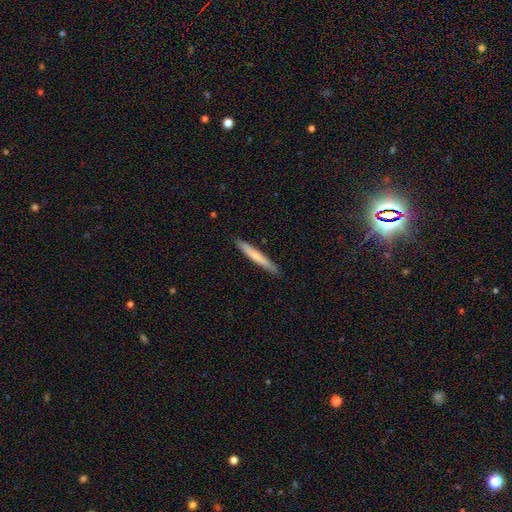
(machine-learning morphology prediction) smooth 67%, featured or disk 28%, star or artifact 5%. Down the decision tree: how rounded — cigar-shaped (96%); merging — none (89%).